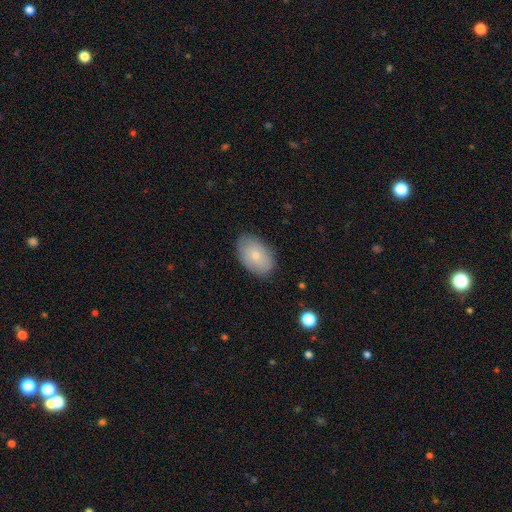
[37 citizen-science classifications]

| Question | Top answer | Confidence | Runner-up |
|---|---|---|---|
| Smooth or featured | smooth | 76% | featured or disk (22%) |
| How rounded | in between | 89% | round (11%) |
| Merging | none | 86% | minor disturbance (11%) |